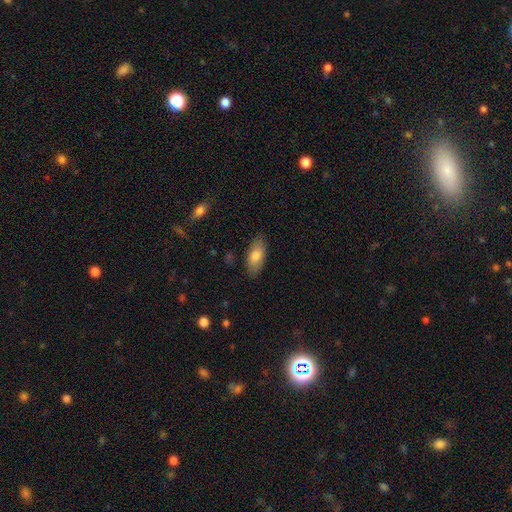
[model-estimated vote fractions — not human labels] Morphology: type=smooth (78%); roundness=in between (89%); merging=none (85%).